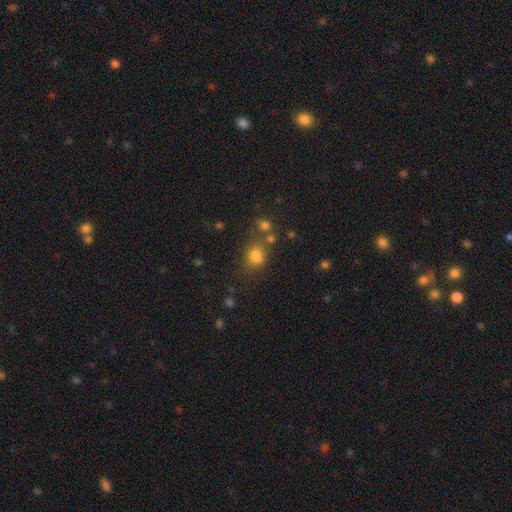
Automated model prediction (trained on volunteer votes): smooth 77%, star or artifact 15%, featured or disk 7%. Down the decision tree: how rounded — round (58%); merging — none (59%).